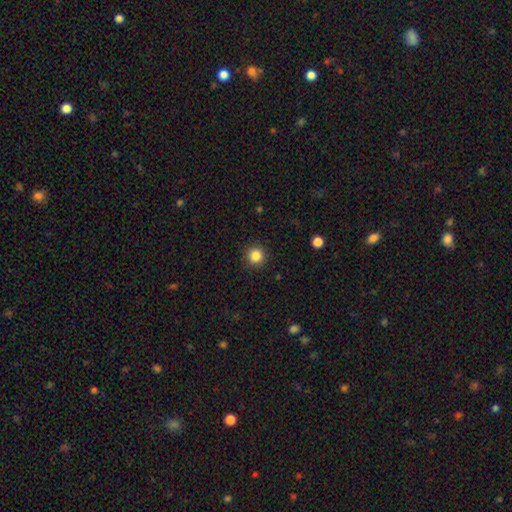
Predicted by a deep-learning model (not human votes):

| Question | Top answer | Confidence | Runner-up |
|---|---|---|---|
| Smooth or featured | smooth | 85% | star or artifact (11%) |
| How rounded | round | 94% | in between (5%) |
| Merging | none | 92% | minor disturbance (5%) |